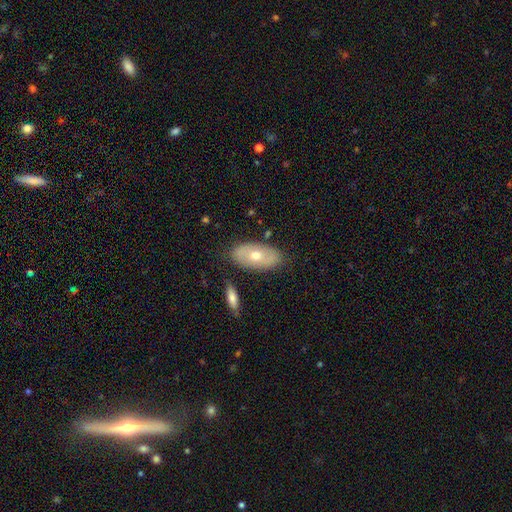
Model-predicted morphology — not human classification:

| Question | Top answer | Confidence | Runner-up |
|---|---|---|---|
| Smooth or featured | smooth | 53% | featured or disk (40%) |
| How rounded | in between | 92% | round (5%) |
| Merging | none | 81% | minor disturbance (12%) |